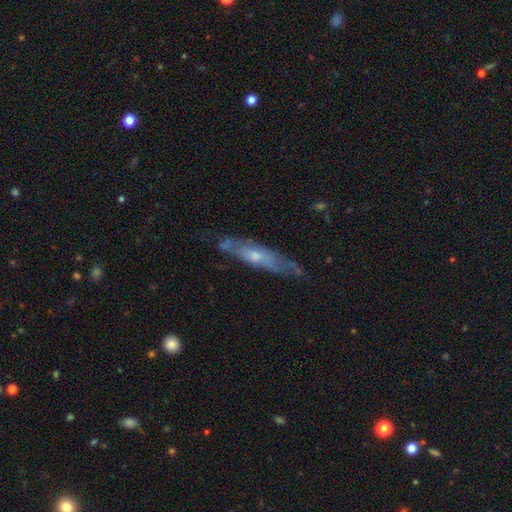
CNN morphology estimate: A featured or disk galaxy (64%) viewed edge-on (53%). Merging: none (60%).